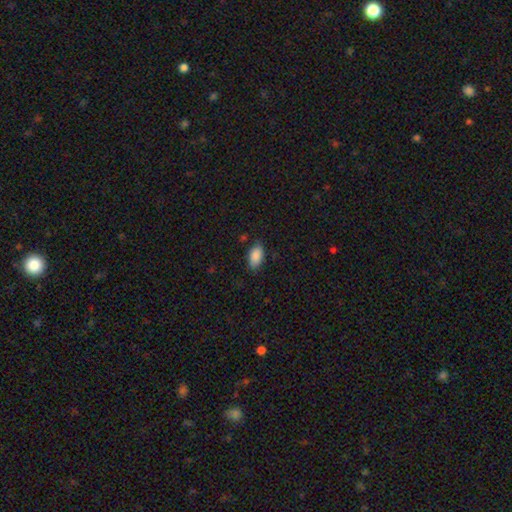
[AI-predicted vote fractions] Smooth or featured?
  - smooth: 89% *
  - star or artifact: 7%
  - featured or disk: 4%
How rounded?
  - in between: 93% *
  - round: 4%
  - cigar-shaped: 3%
Merging?
  - none: 81% *
  - minor disturbance: 15%
  - major disturbance: 3%
  - merger: 1%